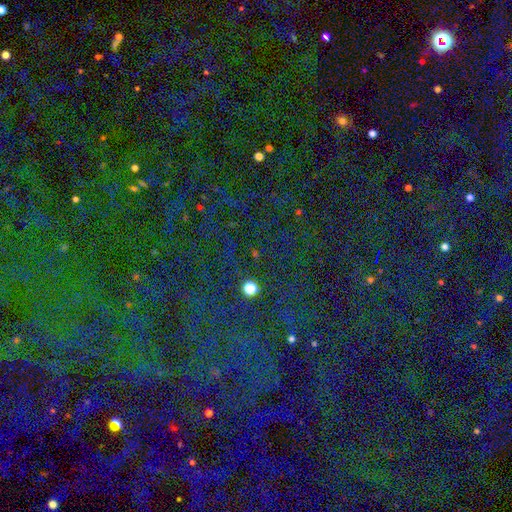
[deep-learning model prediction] A star or artifact, not a galaxy (82%).